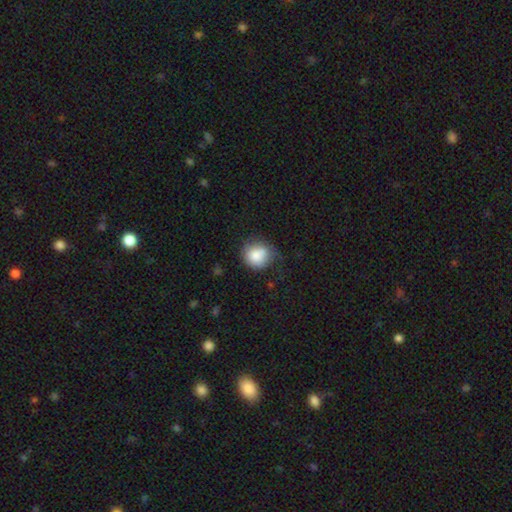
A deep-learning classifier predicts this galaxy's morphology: Smooth or featured: smooth — 80% (featured or disk — 12%)
How rounded: round — 86% (in between — 13%)
Merging: none — 55% (minor disturbance — 24%)